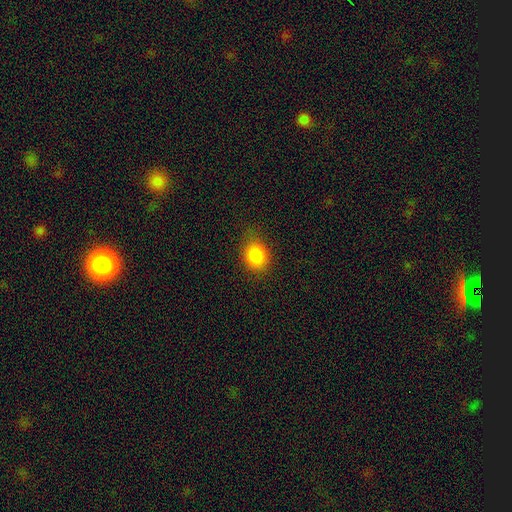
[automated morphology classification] Overall: smooth (85%). How rounded: round (53%; in between 46%). Merging: none (78%).